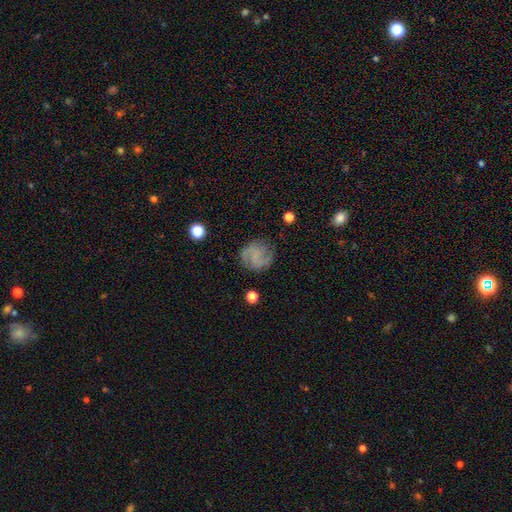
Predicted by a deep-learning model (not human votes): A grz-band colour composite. It shows a featured or disk galaxy (58%) with no bar (58%), 2 (76%) medium (45%) spiral arms (91%) and no central bulge (67%). Merging: none (78%).